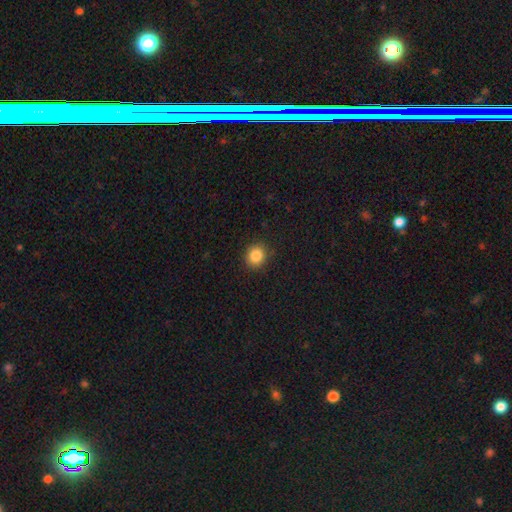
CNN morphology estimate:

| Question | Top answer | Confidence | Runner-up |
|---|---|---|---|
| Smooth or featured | smooth | 85% | star or artifact (10%) |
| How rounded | round | 85% | in between (14%) |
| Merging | none | 90% | minor disturbance (7%) |